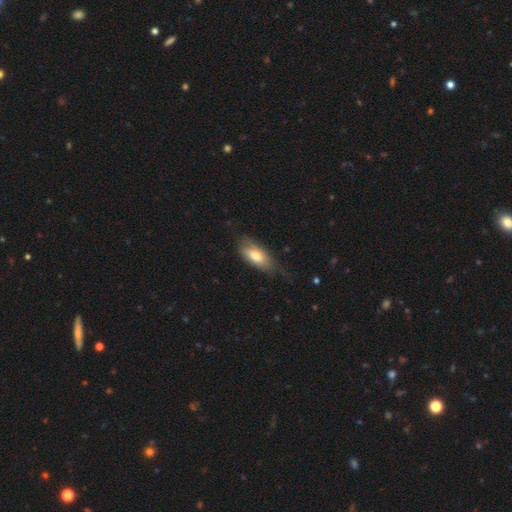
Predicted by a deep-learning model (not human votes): A smooth galaxy with no disk features (70%) that is in between round and cigar-shaped (86%).

Vote fractions:
- Smooth or featured? smooth: 70% / featured or disk: 25% / star or artifact: 6%
- How rounded? in between: 86% / cigar-shaped: 12% / round: 3%
- Merging? none: 49% / minor disturbance: 35% / major disturbance: 15% / merger: 2%